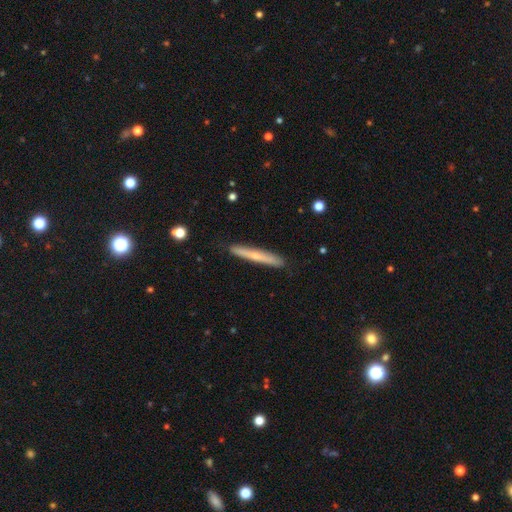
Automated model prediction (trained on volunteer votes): A smooth galaxy with no disk features (48%). Merging: none (88%).